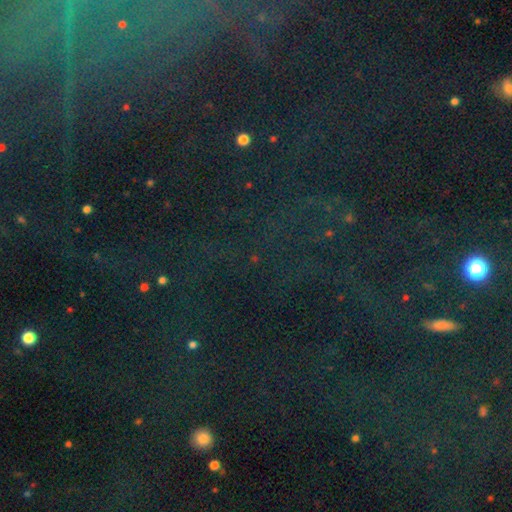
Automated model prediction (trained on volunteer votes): The model was most divided on "smooth or featured": star or artifact: 82%, smooth: 10%, featured or disk: 8%.